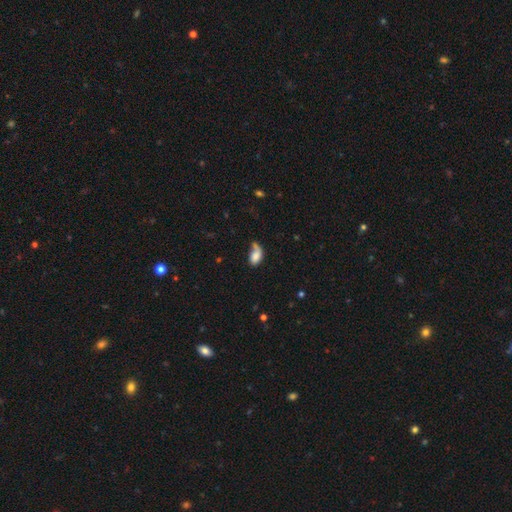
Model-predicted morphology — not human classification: Overall: smooth (78%). How rounded: in between (88%). Merging: none (34%; minor disturbance 26%).